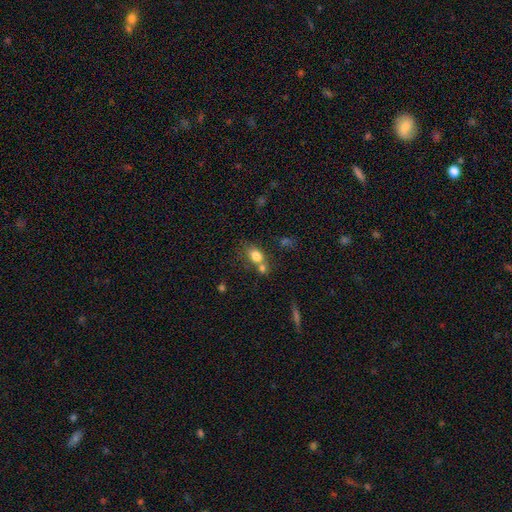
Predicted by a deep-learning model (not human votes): smooth 78%, featured or disk 11%, star or artifact 11%. Down the decision tree: how rounded — in between (69%); merging — merger (45%).